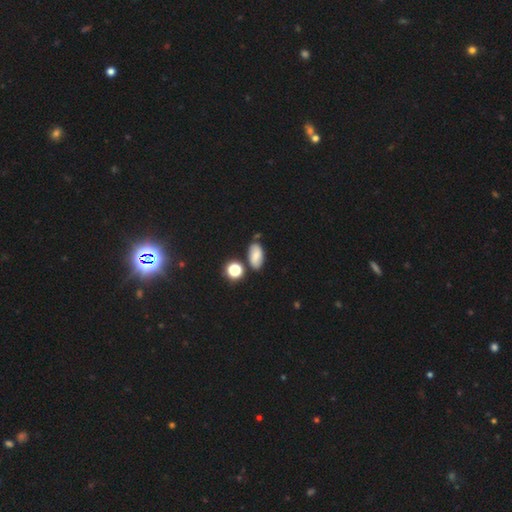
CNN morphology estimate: Smooth or featured?
  - smooth: 70% *
  - featured or disk: 16%
  - star or artifact: 14%
How rounded?
  - in between: 88% *
  - round: 9%
  - cigar-shaped: 3%
Merging?
  - none: 71% *
  - minor disturbance: 16%
  - merger: 9%
  - major disturbance: 4%